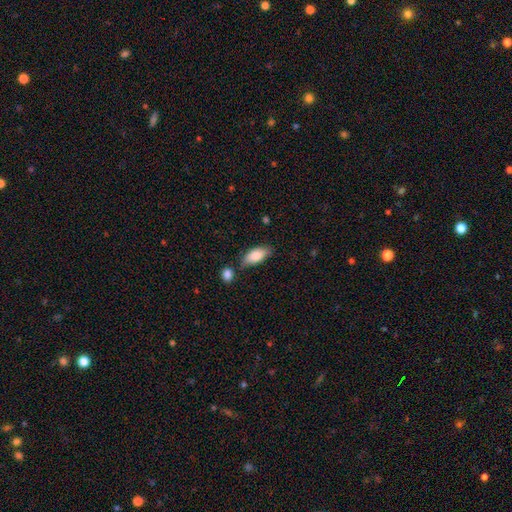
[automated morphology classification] smooth-or-featured: smooth: 83% | featured or disk: 10% | star or artifact: 6%
  how-rounded: in between: 86% | cigar-shaped: 11% | round: 3%
  merging: none: 63% | minor disturbance: 21% | merger: 11% | major disturbance: 5%